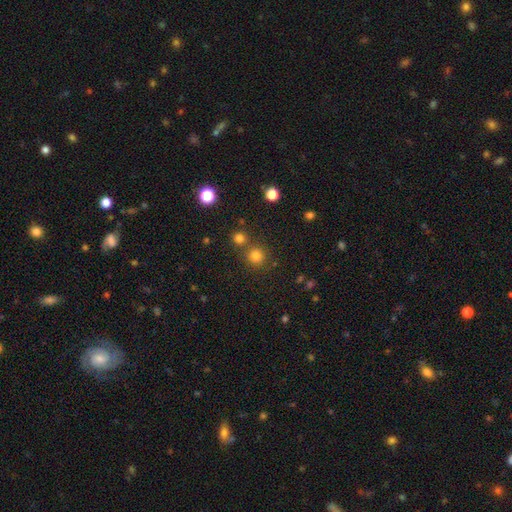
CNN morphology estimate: Smooth or featured? Predicted: smooth (p=0.77). How rounded? Predicted: round (p=0.93). Merging? Predicted: none (p=0.75).